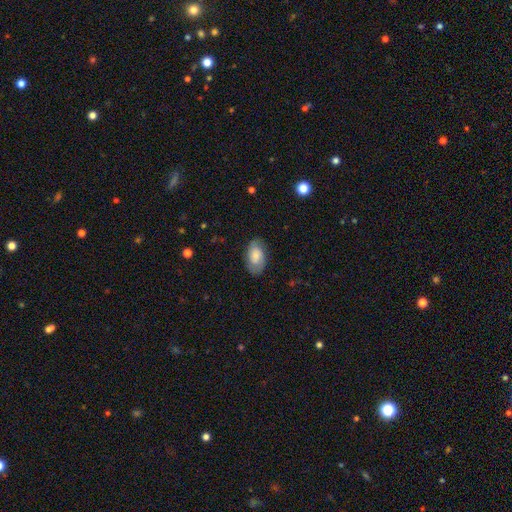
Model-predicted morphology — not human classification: Smooth or featured? smooth (68%)
How rounded? in between (93%)
Merging? none (79%)